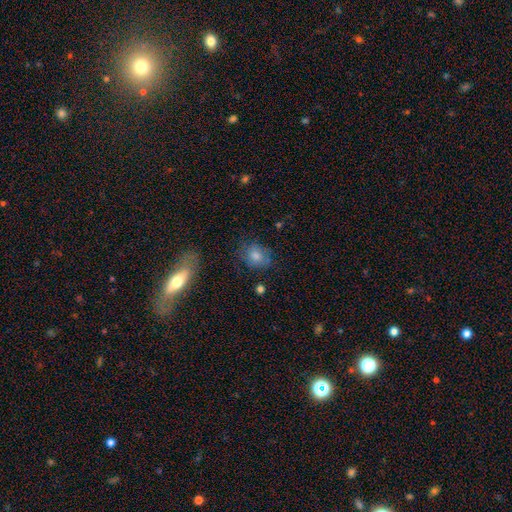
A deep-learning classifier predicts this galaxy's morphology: Q: Smooth or featured?
A: smooth (67%); runner-up: featured or disk (20%)
Q: How rounded?
A: round (54%); runner-up: in between (43%)
Q: Merging?
A: none (75%); runner-up: minor disturbance (16%)